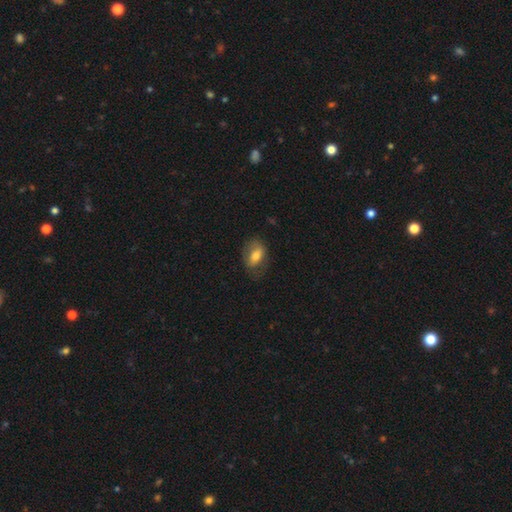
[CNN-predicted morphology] Overall: smooth (65%; featured or disk 28%). How rounded: in between (84%). Merging: none (60%; minor disturbance 24%).